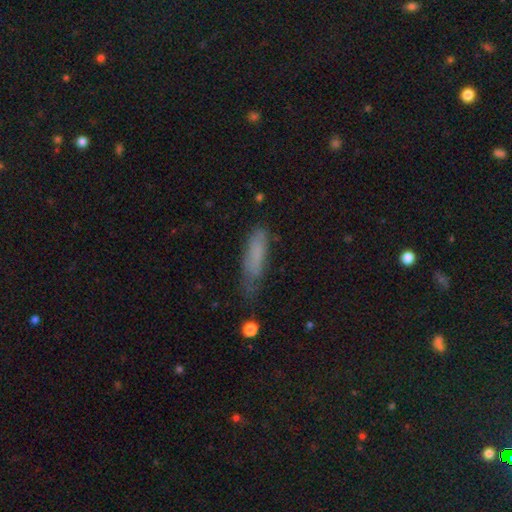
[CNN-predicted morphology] The model was most divided on "merging": none: 49%, minor disturbance: 33%, major disturbance: 14%, merger: 3%. More confident: smooth or featured — smooth (74%); how rounded — cigar-shaped (67%).